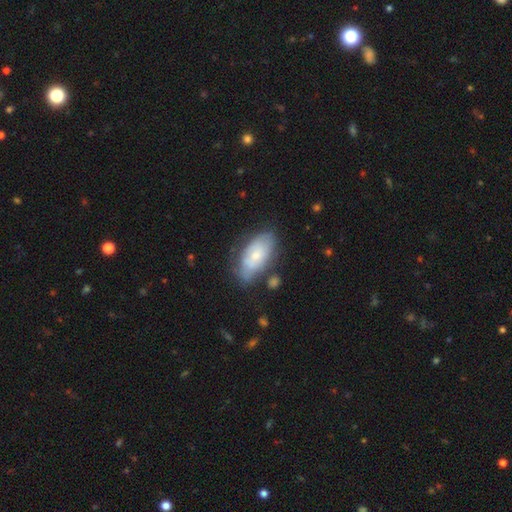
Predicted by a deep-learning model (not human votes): Morphology: type=smooth (58%); roundness=in between (92%); merging=none (62%).